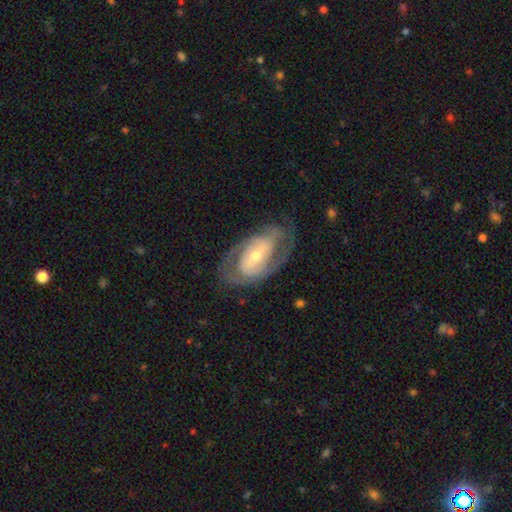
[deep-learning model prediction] This is clearly a featured or disk galaxy (82%). It is clearly not viewed edge-on (95%). Bar: marginally no (37%). Spiral arm pattern: clearly yes (88%). Spiral arm count: likely 2 (71%). Spiral winding: marginally tight (45%). Central bulge: possibly moderate (50%). Merging: likely none (70%).